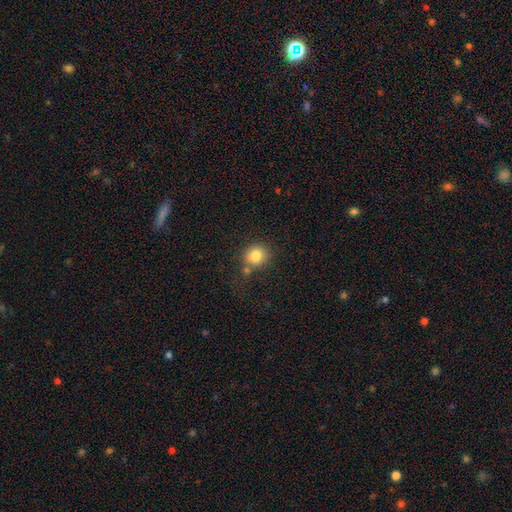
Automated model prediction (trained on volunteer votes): Q: Smooth or featured?
A: smooth (82%); runner-up: star or artifact (10%)
Q: How rounded?
A: round (85%); runner-up: in between (14%)
Q: Merging?
A: none (68%); runner-up: merger (14%)